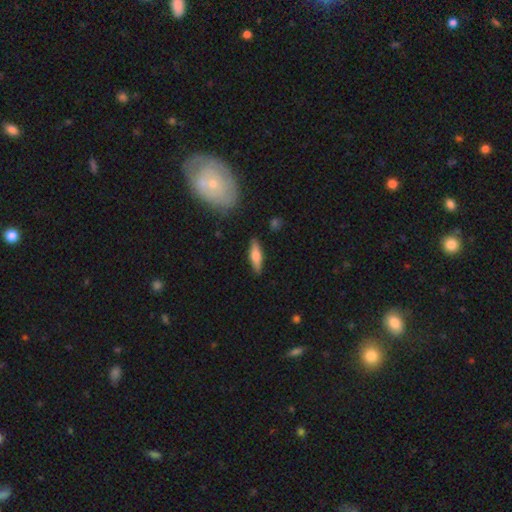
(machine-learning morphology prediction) Smooth or featured?
  - smooth: 62% *
  - featured or disk: 32%
  - star or artifact: 7%
How rounded?
  - cigar-shaped: 60% *
  - in between: 37%
  - round: 3%
Merging?
  - none: 87% *
  - minor disturbance: 9%
  - major disturbance: 2%
  - merger: 2%